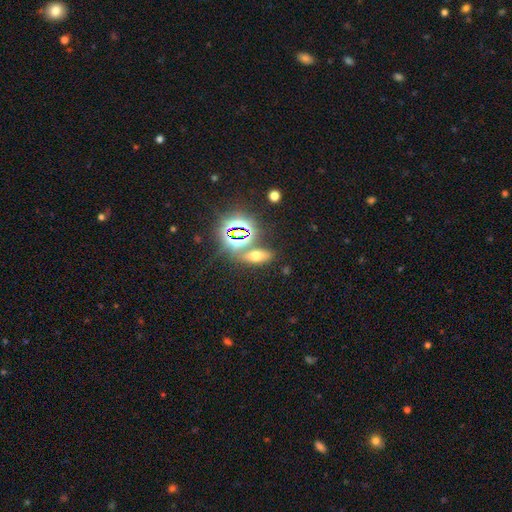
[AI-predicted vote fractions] Smooth or featured?
  - smooth: 47% *
  - star or artifact: 37%
  - featured or disk: 16%
Merging?
  - none: 73% *
  - merger: 12%
  - minor disturbance: 10%
  - major disturbance: 5%